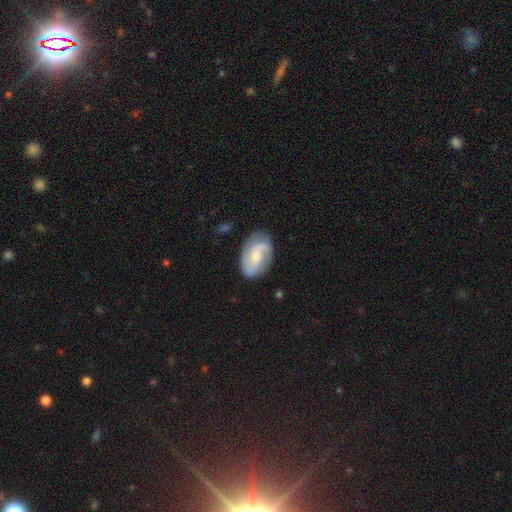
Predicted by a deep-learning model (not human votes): Overall: featured or disk (71%). Edge-on disk: no (97%). Bar: no (47%; weak 42%). Spiral arms: yes (94%). Spiral arm count: 2 (80%). Spiral winding: medium (45%; loose 29%). Bulge size: small (43%; moderate 39%). Merging: none (77%).